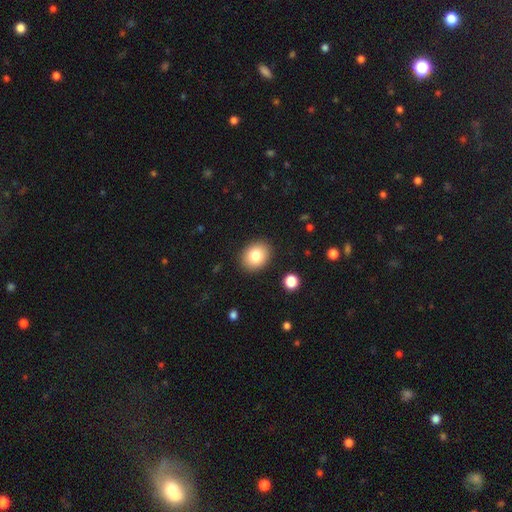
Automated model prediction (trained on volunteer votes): smooth_or_featured: smooth (p=0.81) [alt: featured or disk p=0.10]
how_rounded: round (p=0.50) [alt: in between p=0.49]
merging: none (p=0.89) [alt: minor disturbance p=0.07]